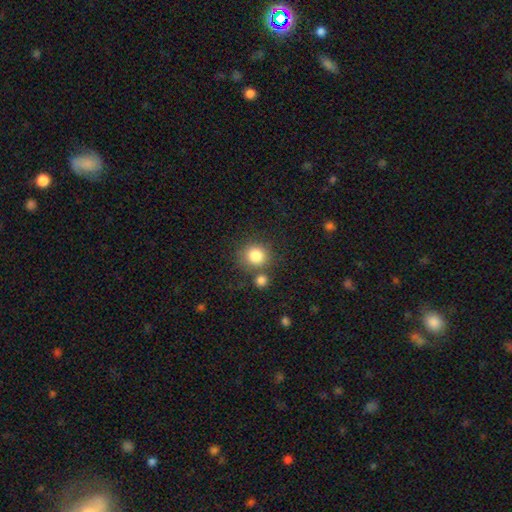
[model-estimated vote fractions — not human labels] A smooth galaxy with no disk features (83%) that is round (87%).

Vote fractions:
- Smooth or featured? smooth: 83% / star or artifact: 11% / featured or disk: 6%
- How rounded? round: 87% / in between: 12% / cigar-shaped: 1%
- Merging? none: 70% / merger: 15% / minor disturbance: 11% / major disturbance: 4%